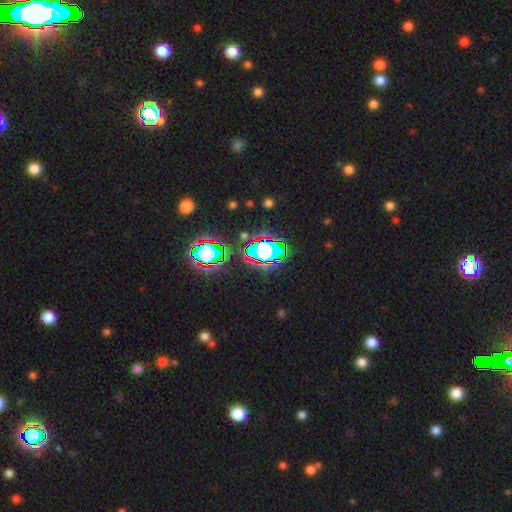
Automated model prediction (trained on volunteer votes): Smooth or featured? star or artifact (66%)